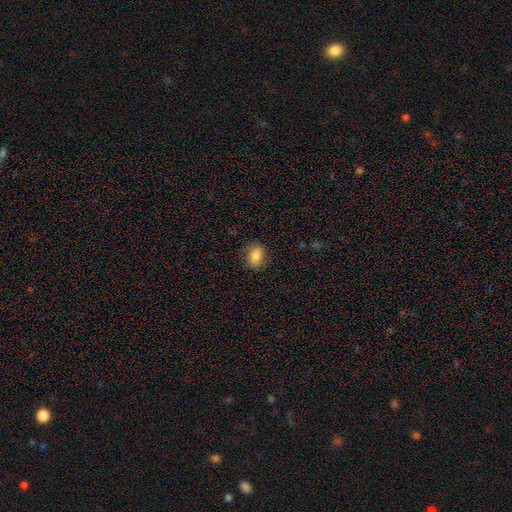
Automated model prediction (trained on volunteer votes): Overall: smooth (85%). How rounded: in between (77%). Merging: none (85%).